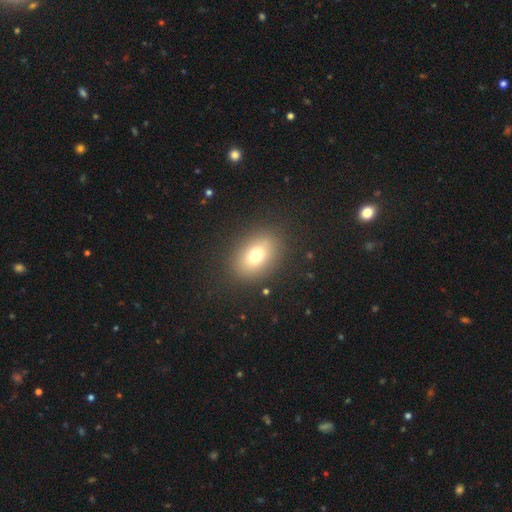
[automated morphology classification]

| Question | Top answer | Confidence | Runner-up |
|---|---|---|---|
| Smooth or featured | smooth | 73% | featured or disk (15%) |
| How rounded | in between | 73% | round (25%) |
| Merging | none | 86% | minor disturbance (8%) |